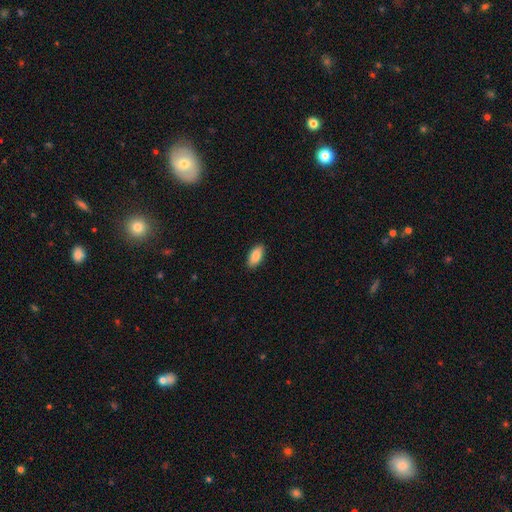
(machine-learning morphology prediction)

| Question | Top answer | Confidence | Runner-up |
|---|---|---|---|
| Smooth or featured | smooth | 87% | featured or disk (6%) |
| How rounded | in between | 90% | cigar-shaped (8%) |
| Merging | none | 89% | minor disturbance (8%) |